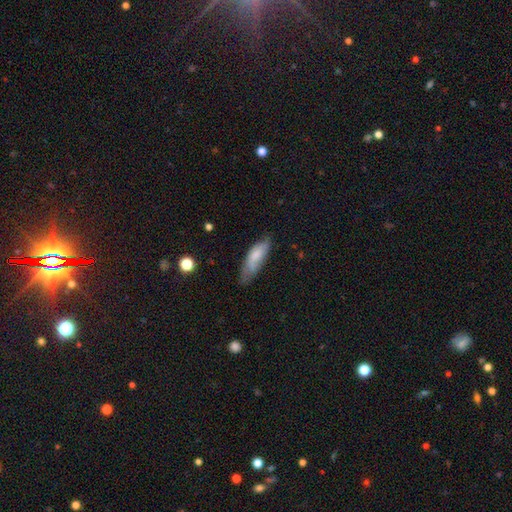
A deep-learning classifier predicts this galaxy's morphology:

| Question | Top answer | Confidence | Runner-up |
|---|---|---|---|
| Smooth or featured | smooth | 71% | featured or disk (23%) |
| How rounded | in between | 62% | cigar-shaped (36%) |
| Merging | none | 51% | minor disturbance (35%) |